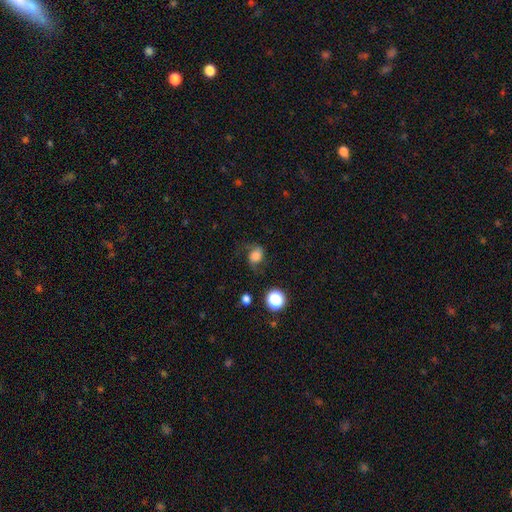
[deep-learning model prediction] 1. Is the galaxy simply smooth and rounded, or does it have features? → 61% smooth, 26% featured or disk, 14% star or artifact.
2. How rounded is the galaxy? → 50% round, 49% in between, 1% cigar-shaped.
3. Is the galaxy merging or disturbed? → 53% none, 25% minor disturbance, 19% major disturbance, 2% merger.